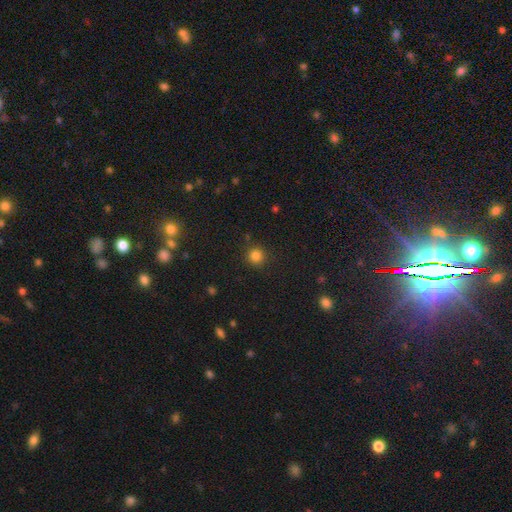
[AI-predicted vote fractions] A smooth galaxy with no disk features (83%) that is round (94%).

Vote fractions:
- Smooth or featured? smooth: 83% / star or artifact: 13% / featured or disk: 4%
- How rounded? round: 94% / in between: 5% / cigar-shaped: 1%
- Merging? none: 90% / minor disturbance: 7% / major disturbance: 2% / merger: 2%